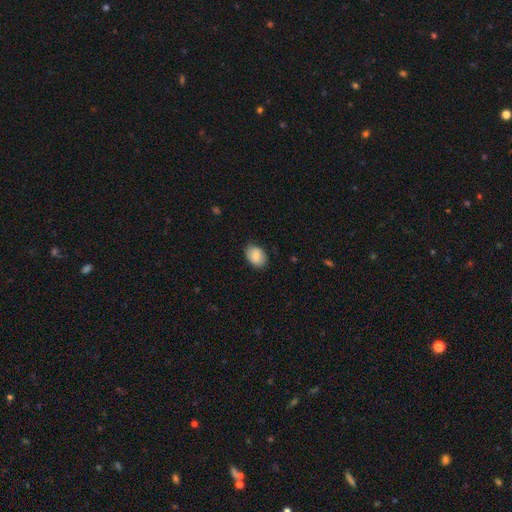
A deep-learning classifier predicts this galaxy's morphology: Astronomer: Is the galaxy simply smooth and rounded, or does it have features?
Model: smooth — 85%.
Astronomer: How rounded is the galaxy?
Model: in between — 75%.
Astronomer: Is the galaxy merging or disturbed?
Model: none — 79%.